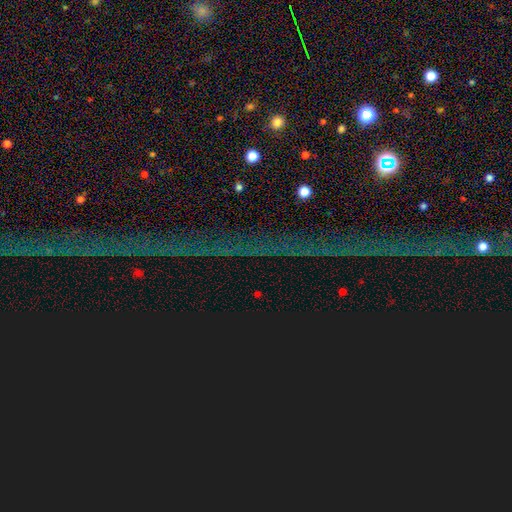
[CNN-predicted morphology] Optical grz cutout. It shows a star or artifact, not a galaxy (87%).